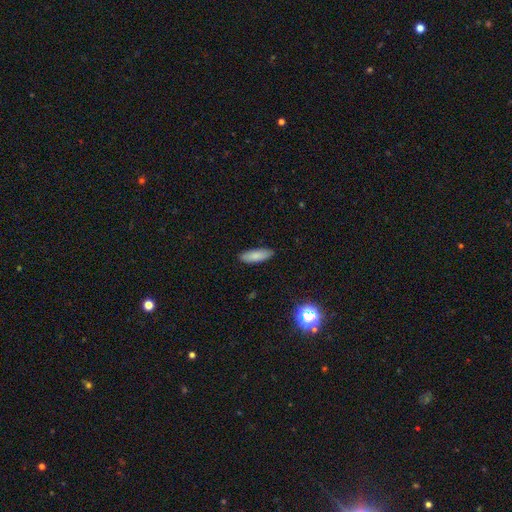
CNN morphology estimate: Smooth or featured? smooth (84%)
How rounded? in between (55%)
Merging? none (89%)